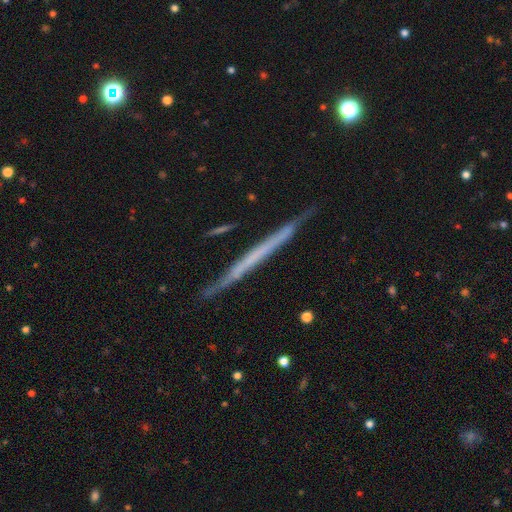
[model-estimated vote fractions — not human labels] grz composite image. It shows a featured or disk galaxy (60%) viewed edge-on (97%) with no central bulge (93%). Merging: none (88%).